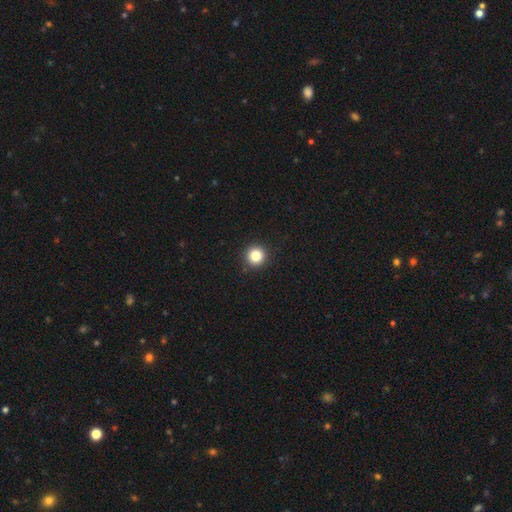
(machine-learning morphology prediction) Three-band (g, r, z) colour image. It shows a smooth galaxy with no disk features (83%) that is round (95%). Merging: none (93%).